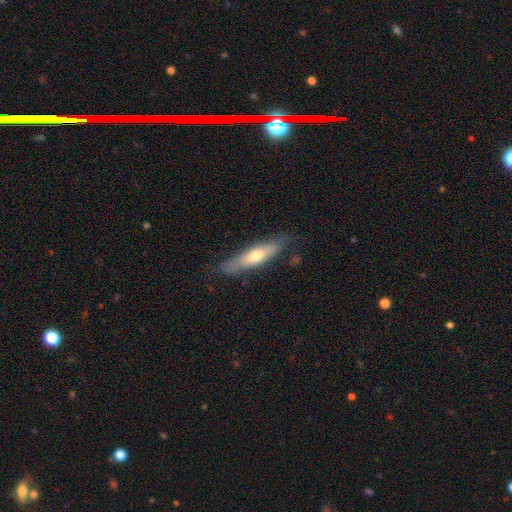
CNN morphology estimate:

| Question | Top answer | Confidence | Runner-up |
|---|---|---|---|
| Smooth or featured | smooth | 51% | featured or disk (43%) |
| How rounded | cigar-shaped | 78% | in between (21%) |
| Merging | none | 77% | minor disturbance (18%) |